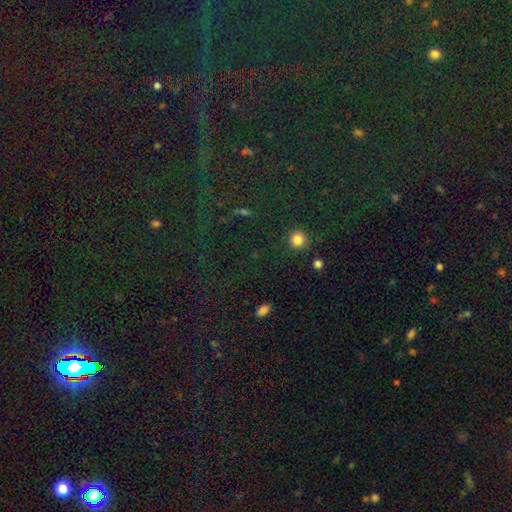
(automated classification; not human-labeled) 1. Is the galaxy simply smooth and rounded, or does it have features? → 75% star or artifact, 17% smooth, 7% featured or disk.